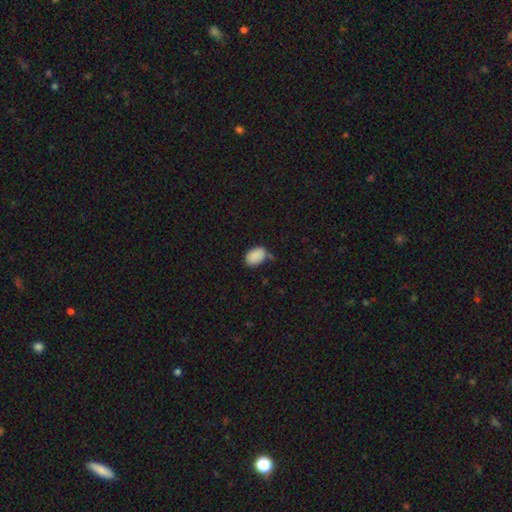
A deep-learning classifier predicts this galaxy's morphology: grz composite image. It shows a smooth galaxy with no disk features (89%) that is in between round and cigar-shaped (87%). Merging: none (66%).